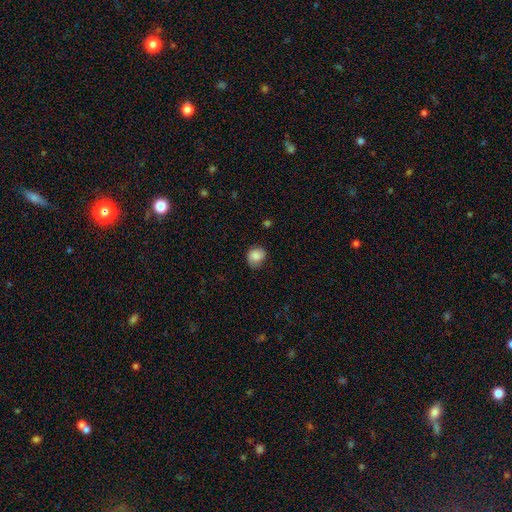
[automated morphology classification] This is clearly a smooth galaxy (81%). How rounded: likely round (70%). Merging: likely none (65%).